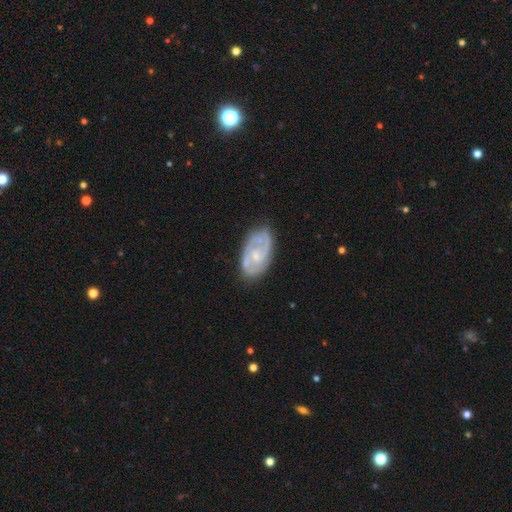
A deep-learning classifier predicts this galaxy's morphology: smooth-or-featured: featured or disk: 77% | smooth: 18% | star or artifact: 5%
  disk-edge-on: no: 96% | yes: 4%
    bar: no: 59% | weak: 35% | strong: 6%
    has-spiral-arms: yes: 82% | no: 18%
      spiral-winding: tight: 46% | medium: 41% | loose: 13%
      spiral-arm-count: 2: 56% | can't tell: 26% | 3: 9% | 1: 5% | 4: 2% | more than 4: 2%
    bulge-size: small: 60% | moderate: 30% | none: 7% | large: 1% | dominant: 1%
  merging: none: 73% | minor disturbance: 19% | major disturbance: 6% | merger: 2%